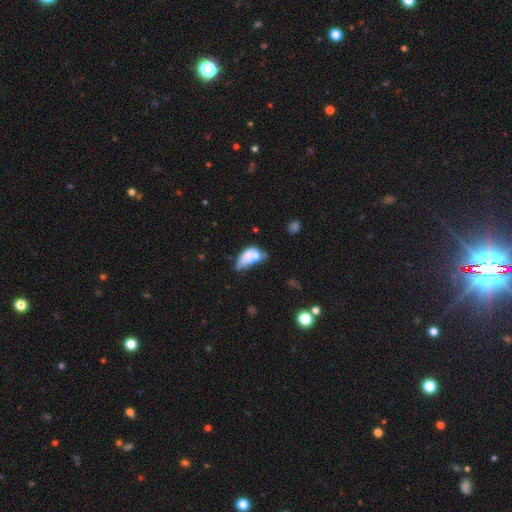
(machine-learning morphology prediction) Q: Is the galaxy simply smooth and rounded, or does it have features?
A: smooth — 63%.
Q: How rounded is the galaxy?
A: in between — 85%.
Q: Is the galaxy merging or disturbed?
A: merger — 33%.